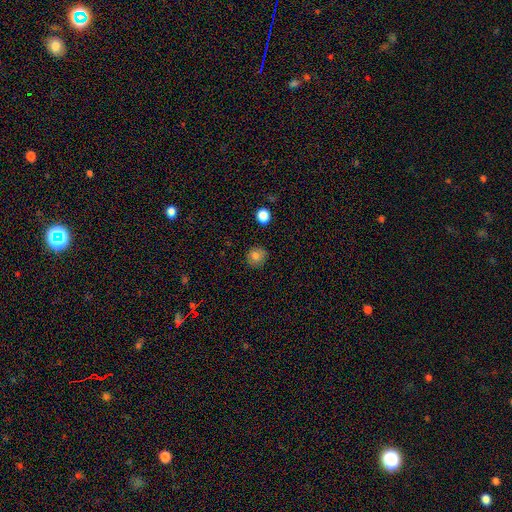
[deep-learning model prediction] Morphology: type=smooth (81%); roundness=round (90%); merging=none (87%).